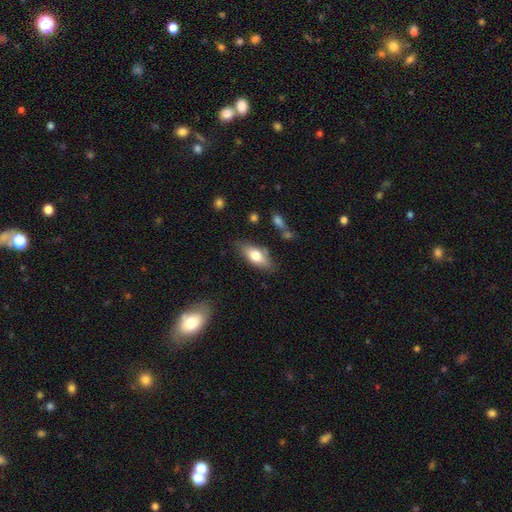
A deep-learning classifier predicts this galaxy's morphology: type=smooth (73%); roundness=in between (81%); merging=none (74%).